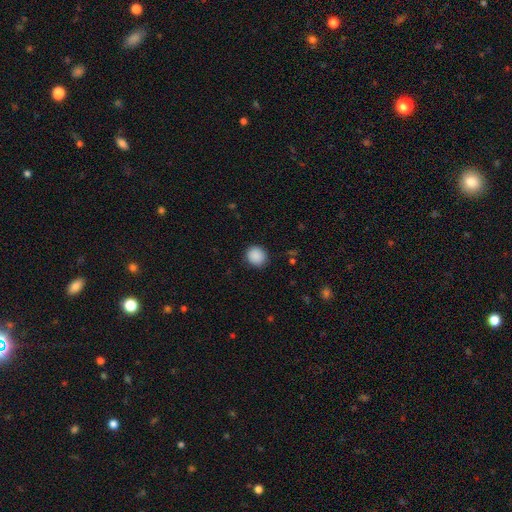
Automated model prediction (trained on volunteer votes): The model was most divided on "how rounded": round: 80%, in between: 19%, cigar-shaped: 1%. More confident: smooth or featured — smooth (89%); merging — none (88%).